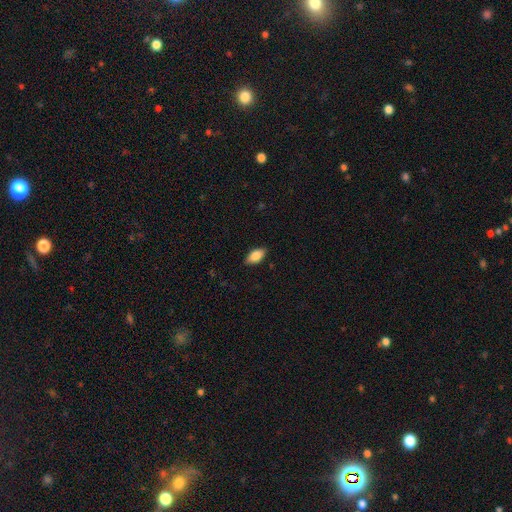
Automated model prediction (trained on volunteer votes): Smooth or featured: smooth — 86% (featured or disk — 7%)
How rounded: in between — 93% (cigar-shaped — 4%)
Merging: none — 87% (minor disturbance — 10%)